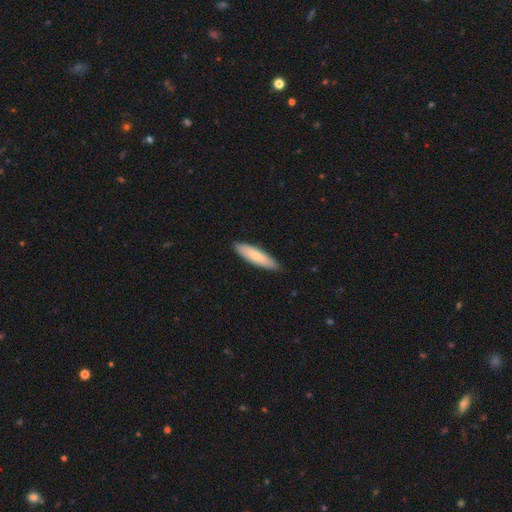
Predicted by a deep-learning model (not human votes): The model was most divided on "how rounded": cigar-shaped: 68%, in between: 31%, round: 1%. More confident: merging — none (88%); smooth or featured — smooth (77%).